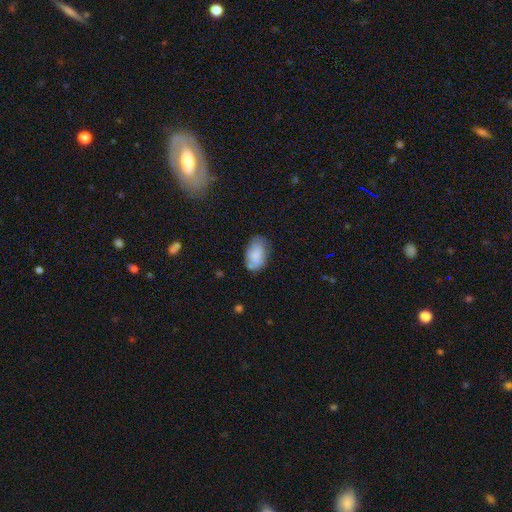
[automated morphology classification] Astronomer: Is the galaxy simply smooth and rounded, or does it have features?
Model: smooth — 77%.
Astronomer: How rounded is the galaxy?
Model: in between — 93%.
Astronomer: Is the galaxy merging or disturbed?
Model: none — 65%.